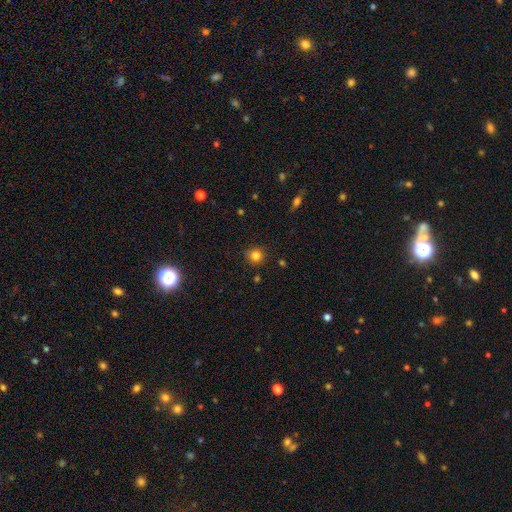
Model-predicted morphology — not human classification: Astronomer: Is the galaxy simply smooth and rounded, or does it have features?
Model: smooth — 81%.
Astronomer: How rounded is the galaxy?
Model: round — 89%.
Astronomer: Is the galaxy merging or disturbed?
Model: none — 84%.